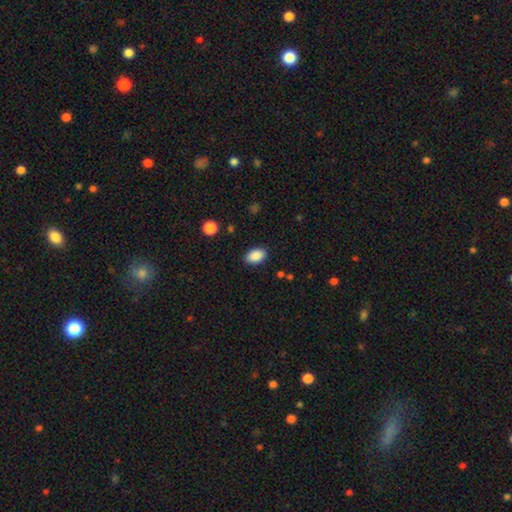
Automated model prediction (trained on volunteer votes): Overall: smooth (89%). How rounded: in between (90%). Merging: none (87%).